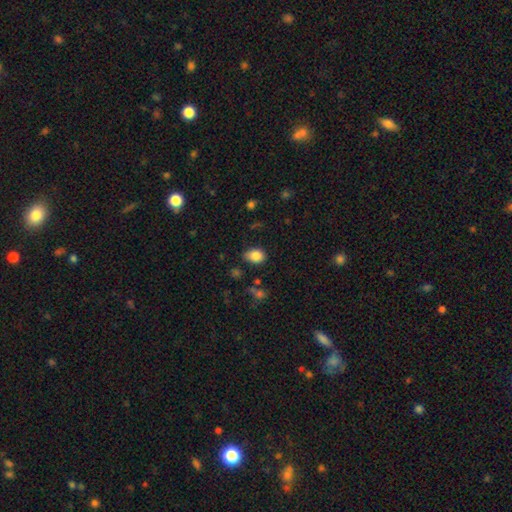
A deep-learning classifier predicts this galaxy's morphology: The model was most divided on "how rounded": in between: 70%, round: 29%, cigar-shaped: 1%. More confident: smooth or featured — smooth (84%); merging — none (69%).